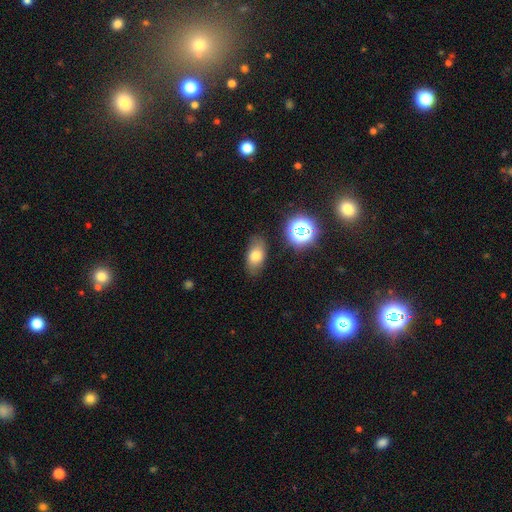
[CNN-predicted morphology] Smooth or featured?
  - smooth: 73% *
  - featured or disk: 15%
  - star or artifact: 13%
How rounded?
  - in between: 86% *
  - round: 10%
  - cigar-shaped: 3%
Merging?
  - none: 80% *
  - minor disturbance: 14%
  - major disturbance: 4%
  - merger: 2%